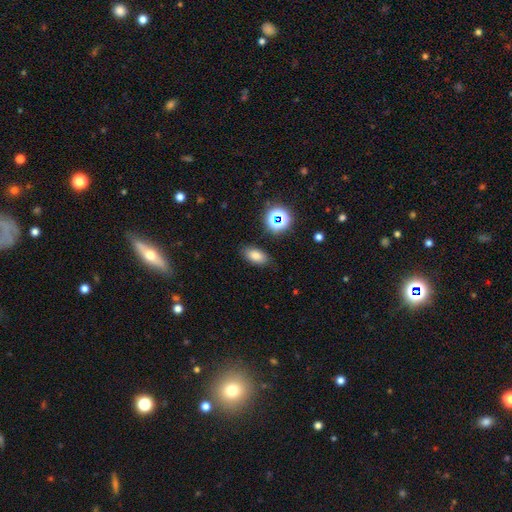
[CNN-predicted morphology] Smooth or featured? Predicted: smooth (p=0.77). How rounded? Predicted: in between (p=0.87). Merging? Predicted: none (p=0.85).